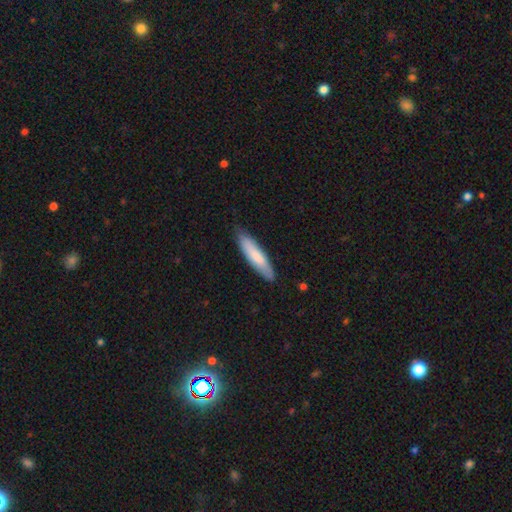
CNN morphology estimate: Smooth or featured? smooth (75%)
How rounded? cigar-shaped (75%)
Merging? none (82%)